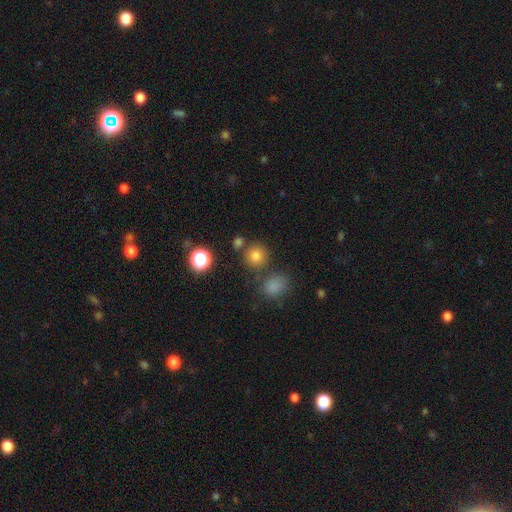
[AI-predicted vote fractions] This is likely a smooth galaxy (78%). How rounded: clearly round (89%). Merging: likely none (75%).